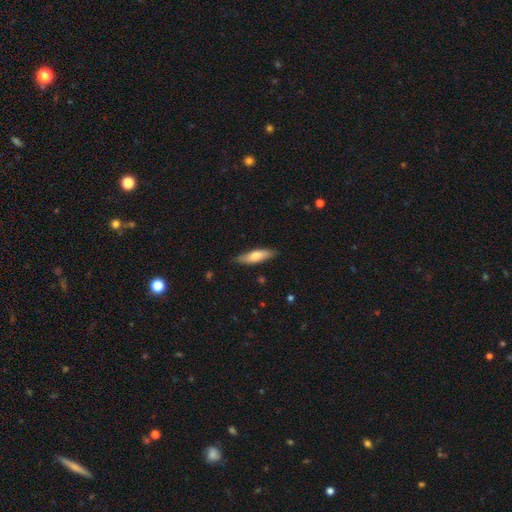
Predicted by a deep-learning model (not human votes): Smooth or featured? smooth (71%)
How rounded? cigar-shaped (59%)
Merging? none (83%)